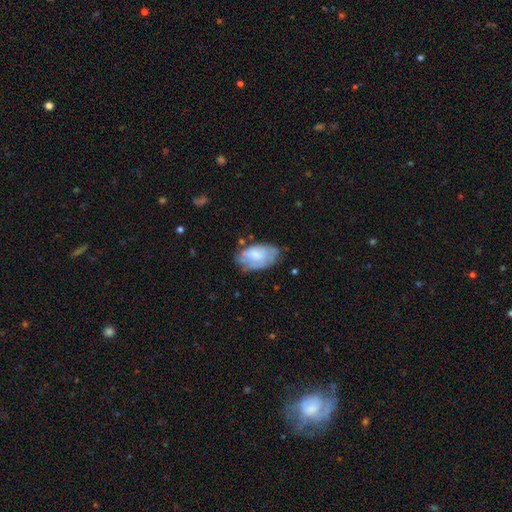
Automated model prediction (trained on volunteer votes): Morphology: type=smooth (64%); roundness=in between (94%); merging=none (54%).